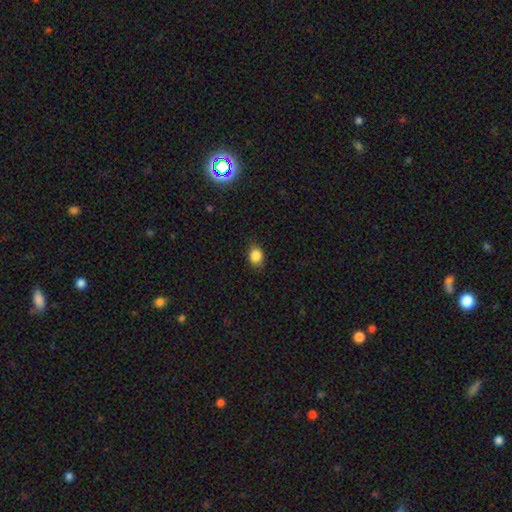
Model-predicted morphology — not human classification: Smooth or featured? Predicted: smooth (p=0.86). How rounded? Predicted: round (p=0.50). Merging? Predicted: none (p=0.82).